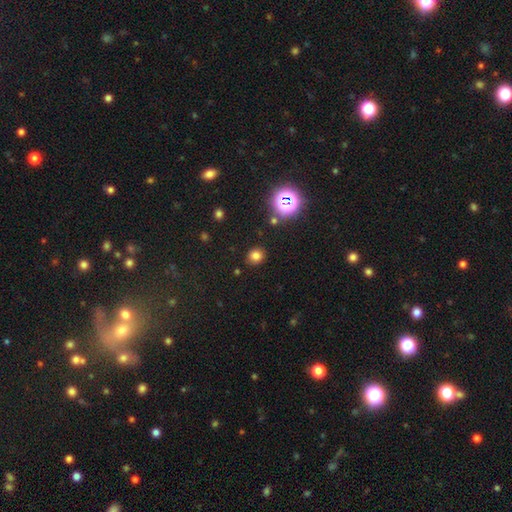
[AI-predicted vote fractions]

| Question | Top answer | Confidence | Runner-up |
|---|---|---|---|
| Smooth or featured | smooth | 75% | star or artifact (19%) |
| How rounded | round | 80% | in between (19%) |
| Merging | none | 87% | minor disturbance (8%) |